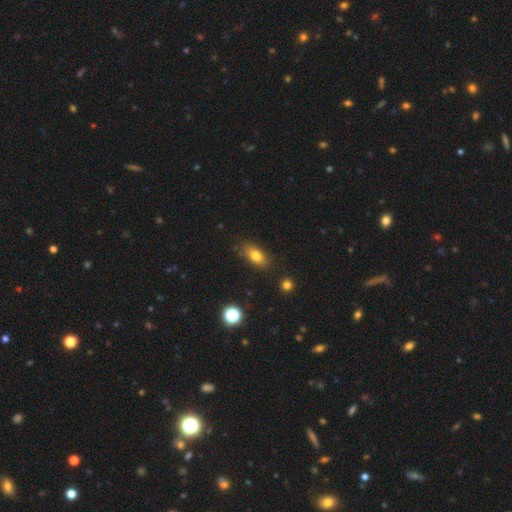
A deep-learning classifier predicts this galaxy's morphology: Q: Smooth or featured?
A: smooth (79%); runner-up: featured or disk (12%)
Q: How rounded?
A: in between (84%); runner-up: cigar-shaped (9%)
Q: Merging?
A: none (81%); runner-up: minor disturbance (14%)